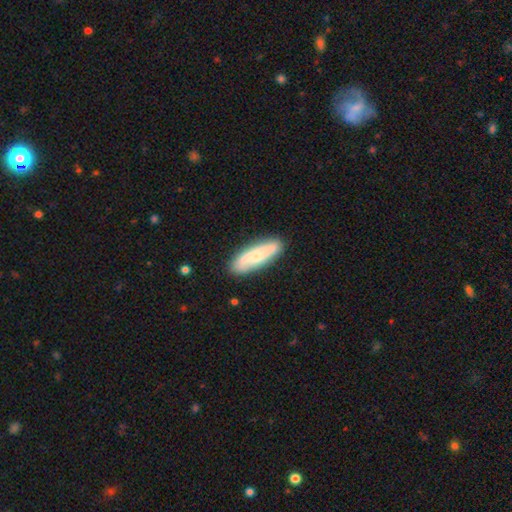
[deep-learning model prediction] A smooth galaxy with no disk features (52%) that is in between round and cigar-shaped (50%).

Vote fractions:
- Smooth or featured? smooth: 52% / featured or disk: 42% / star or artifact: 6%
- How rounded? in between: 50% / cigar-shaped: 47% / round: 2%
- Merging? none: 83% / minor disturbance: 12% / major disturbance: 3% / merger: 2%